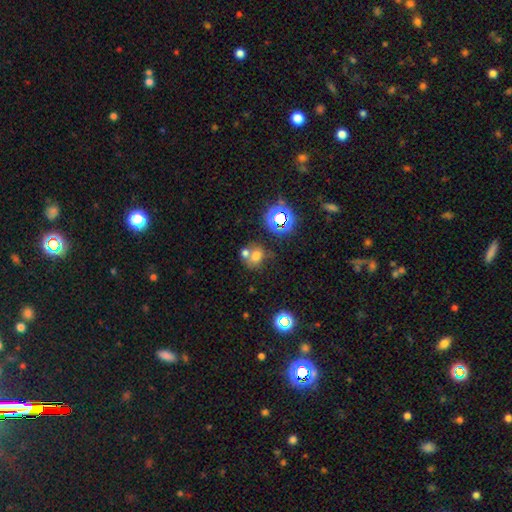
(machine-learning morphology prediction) A smooth galaxy with no disk features (65%) that is round (66%). Merging: none (42%, tied with merger).